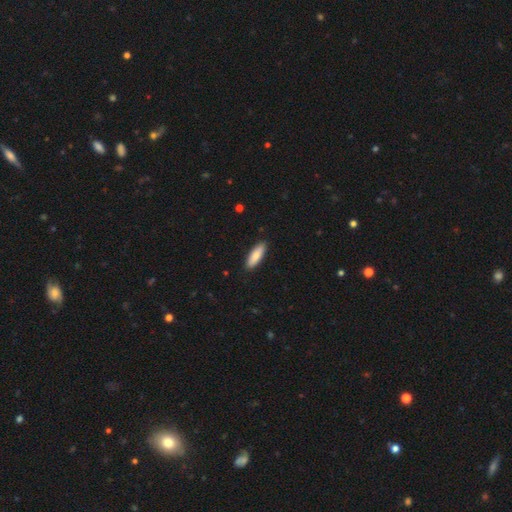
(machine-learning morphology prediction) Smooth or featured? Predicted: smooth (p=0.84). How rounded? Predicted: in between (p=0.54). Merging? Predicted: none (p=0.90).